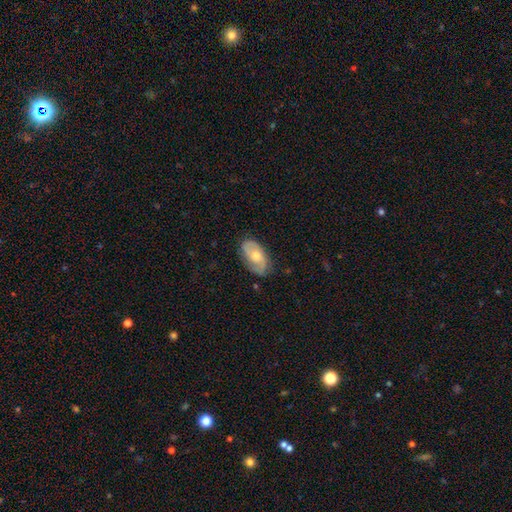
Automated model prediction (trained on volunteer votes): The model was most divided on "spiral winding": medium: 44%, tight: 31%, loose: 25%. More confident: edge-on disk — no (94%); spiral arms — yes (87%); spiral arm count — 2 (79%); merging — none (75%); bar — no (66%); bulge size — moderate (63%); smooth or featured — featured or disk (62%).